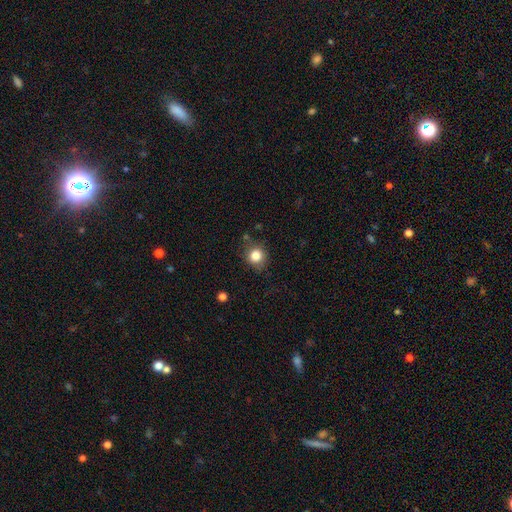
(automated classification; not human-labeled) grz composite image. It shows a smooth galaxy with no disk features (82%) that is round (84%). Merging: none (79%).